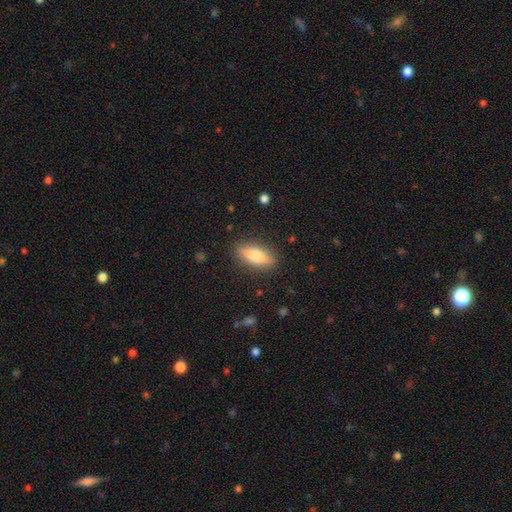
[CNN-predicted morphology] type=smooth (74%); roundness=in between (66%); merging=none (87%).